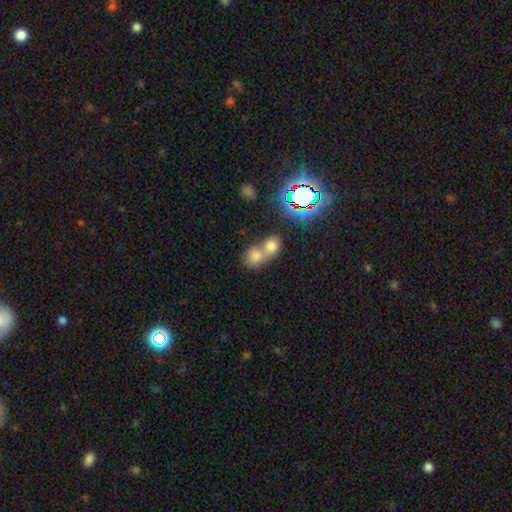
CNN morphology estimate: smooth-or-featured: smooth: 72% | star or artifact: 17% | featured or disk: 12%
  how-rounded: round: 60% | in between: 39% | cigar-shaped: 2%
  merging: merger: 65% | none: 26% | minor disturbance: 6% | major disturbance: 3%